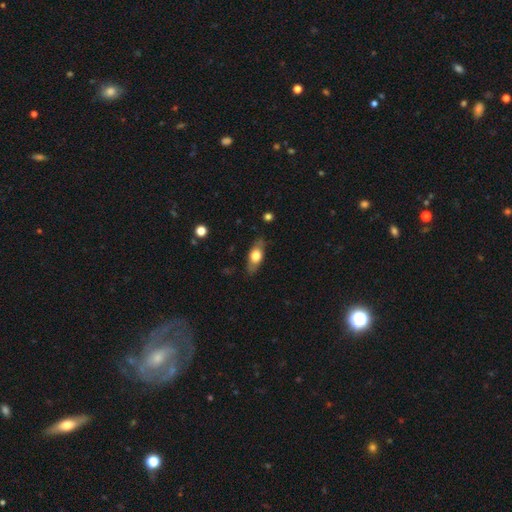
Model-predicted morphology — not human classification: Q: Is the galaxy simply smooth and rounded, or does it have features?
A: smooth — 60%.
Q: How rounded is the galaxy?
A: in between — 77%.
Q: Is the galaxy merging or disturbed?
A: none — 80%.